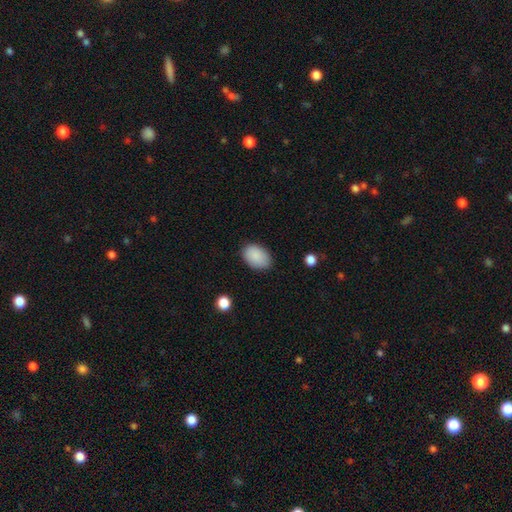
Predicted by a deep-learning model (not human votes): Q: Smooth or featured?
A: smooth (89%); runner-up: star or artifact (7%)
Q: How rounded?
A: in between (89%); runner-up: round (10%)
Q: Merging?
A: none (84%); runner-up: minor disturbance (12%)